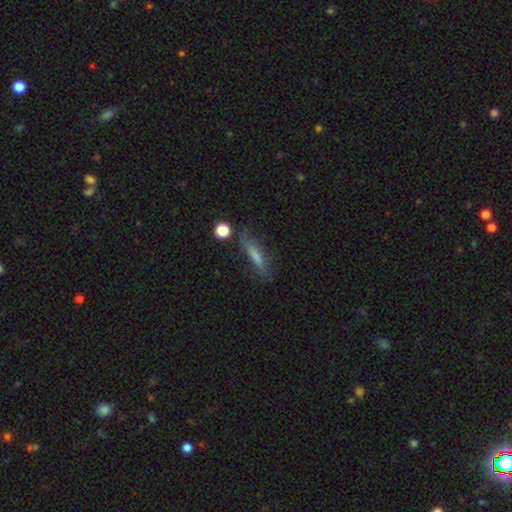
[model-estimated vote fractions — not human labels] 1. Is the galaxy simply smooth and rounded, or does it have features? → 62% smooth, 26% featured or disk, 12% star or artifact.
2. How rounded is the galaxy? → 79% cigar-shaped, 18% in between, 3% round.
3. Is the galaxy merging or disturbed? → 71% none, 18% minor disturbance, 7% major disturbance, 5% merger.